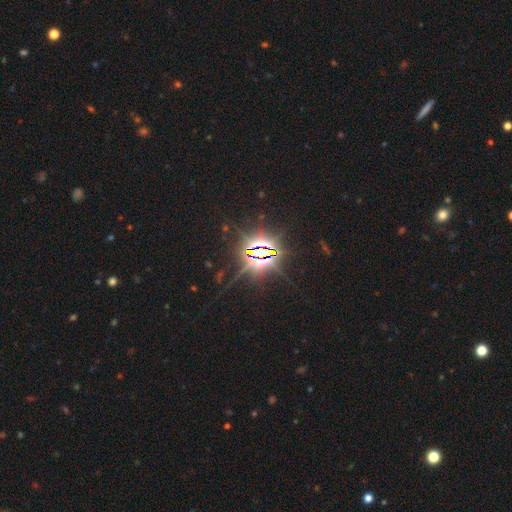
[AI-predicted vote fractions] Q: Smooth or featured?
A: star or artifact (86%); runner-up: featured or disk (8%)